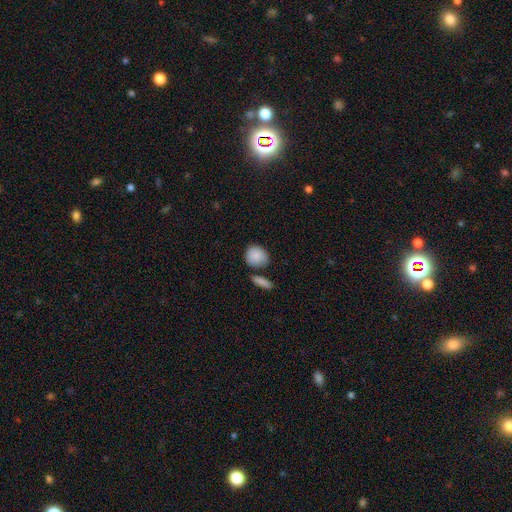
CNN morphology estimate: Smooth or featured? Predicted: smooth (p=0.88). How rounded? Predicted: round (p=0.75). Merging? Predicted: none (p=0.70).